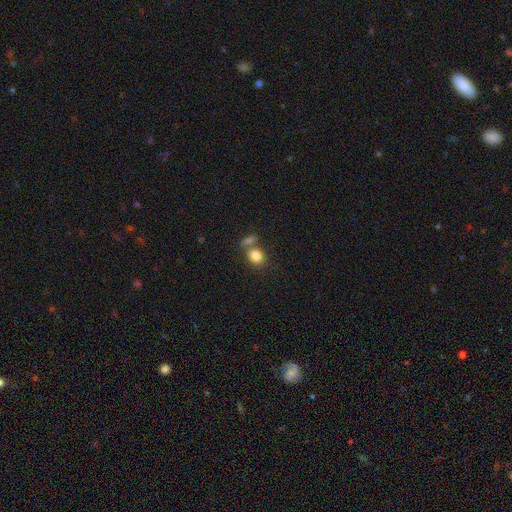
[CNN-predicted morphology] smooth_or_featured: smooth (p=0.83) [alt: star or artifact p=0.09]
how_rounded: round (p=0.58) [alt: in between p=0.41]
merging: none (p=0.51) [alt: merger p=0.33]